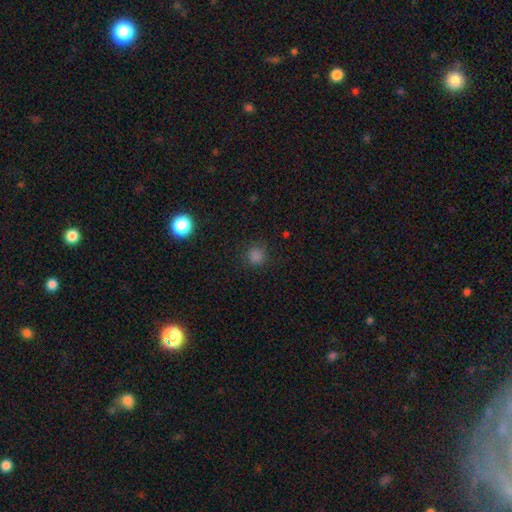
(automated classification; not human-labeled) This appears to be a smooth galaxy with no disk features (79%) that is round (91%). Merging: none (86%).